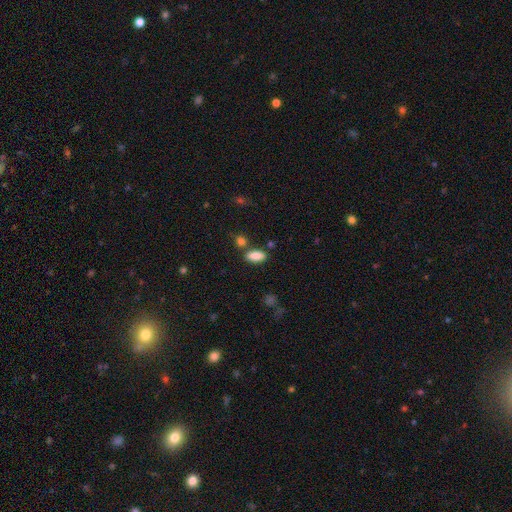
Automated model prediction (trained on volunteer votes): Smooth or featured? Predicted: smooth (p=0.87). How rounded? Predicted: in between (p=0.84). Merging? Predicted: none (p=0.75).